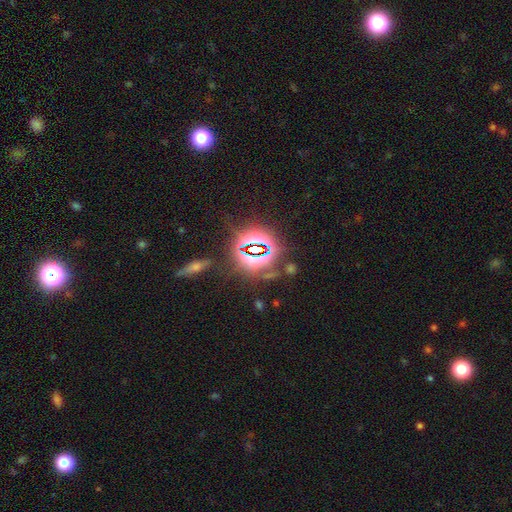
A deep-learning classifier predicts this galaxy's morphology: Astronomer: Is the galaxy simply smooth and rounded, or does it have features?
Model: star or artifact — 77%.